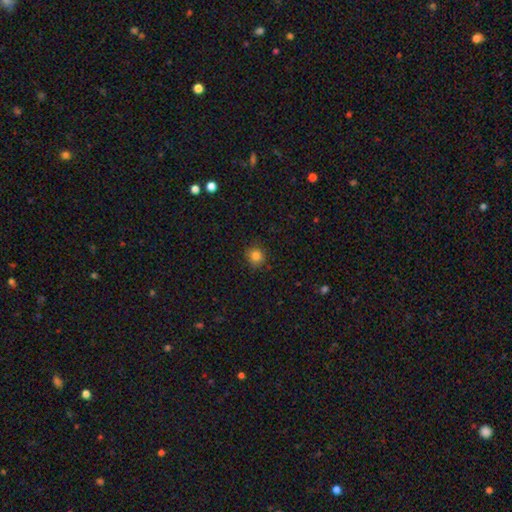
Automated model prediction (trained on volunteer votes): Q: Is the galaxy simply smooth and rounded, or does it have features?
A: smooth — 82%.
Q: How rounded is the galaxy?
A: round — 87%.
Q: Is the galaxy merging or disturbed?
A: none — 83%.